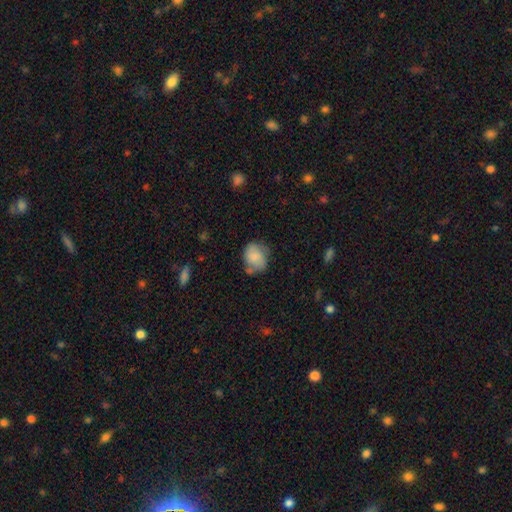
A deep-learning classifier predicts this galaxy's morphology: type=smooth (76%); roundness=round (54%); merging=none (52%).